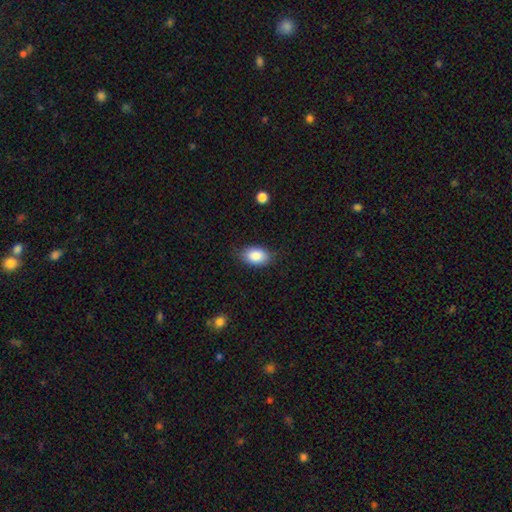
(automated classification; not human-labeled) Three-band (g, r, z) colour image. It shows a smooth galaxy with no disk features (87%) that is in between round and cigar-shaped (90%). Merging: none (81%).